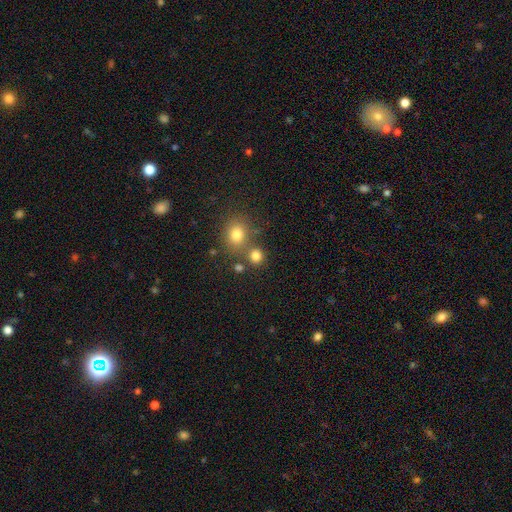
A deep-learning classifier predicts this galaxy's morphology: Smooth or featured? Predicted: smooth (p=0.79). How rounded? Predicted: round (p=0.85). Merging? Predicted: none (p=0.68).